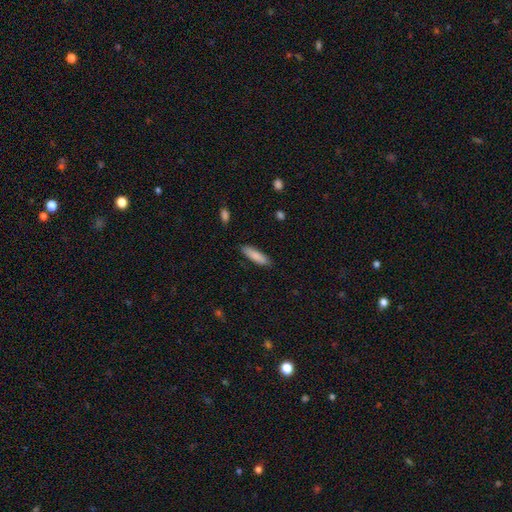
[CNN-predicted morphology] The model was most divided on "how rounded": cigar-shaped: 65%, in between: 34%, round: 1%. More confident: merging — none (87%); smooth or featured — smooth (87%).